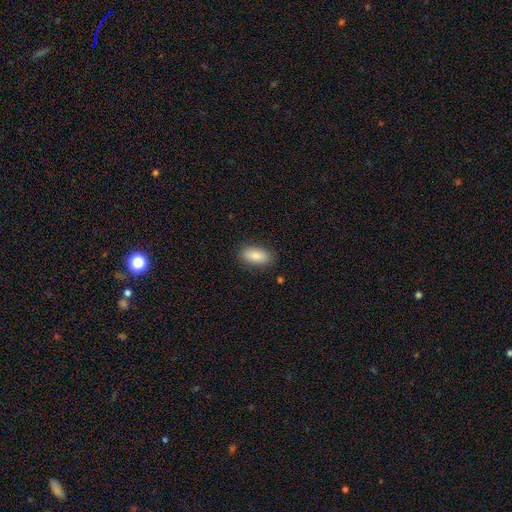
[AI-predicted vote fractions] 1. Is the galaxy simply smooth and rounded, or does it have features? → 86% smooth, 7% featured or disk, 7% star or artifact.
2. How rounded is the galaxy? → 90% in between, 7% cigar-shaped, 4% round.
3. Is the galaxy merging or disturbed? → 86% none, 10% minor disturbance, 2% major disturbance, 1% merger.